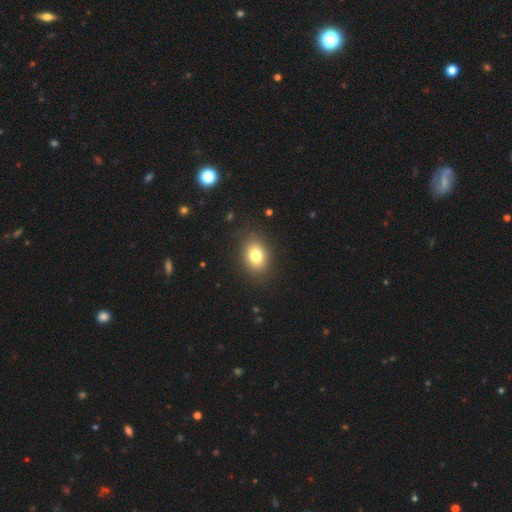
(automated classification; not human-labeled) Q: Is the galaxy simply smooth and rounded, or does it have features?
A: smooth — 79%.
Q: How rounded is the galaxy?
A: in between — 67%.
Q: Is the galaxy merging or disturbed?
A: none — 86%.